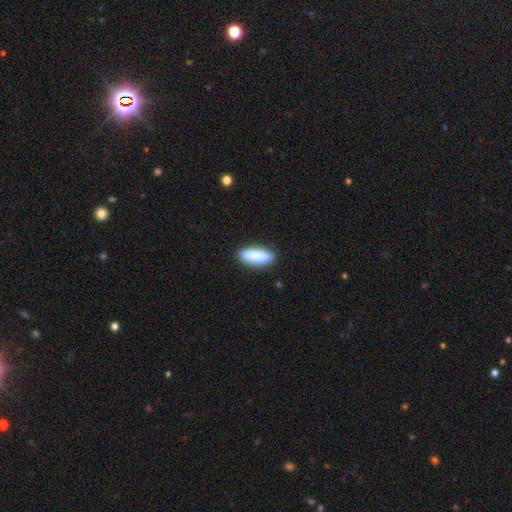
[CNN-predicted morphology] smooth-or-featured: smooth: 85% | featured or disk: 9% | star or artifact: 5%
  how-rounded: in between: 62% | cigar-shaped: 36% | round: 2%
  merging: none: 88% | minor disturbance: 9% | major disturbance: 2% | merger: 1%